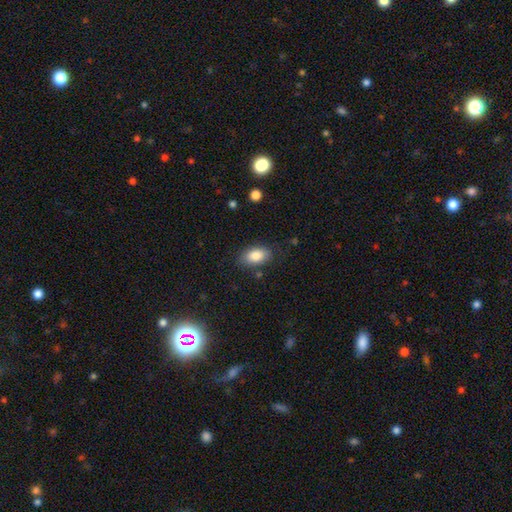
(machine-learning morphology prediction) Smooth or featured? smooth (84%)
How rounded? in between (92%)
Merging? none (82%)